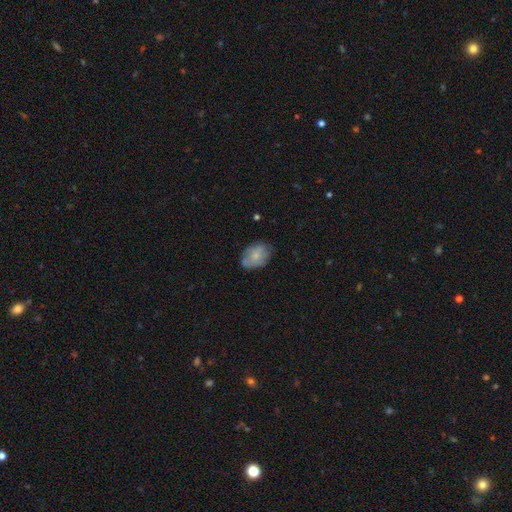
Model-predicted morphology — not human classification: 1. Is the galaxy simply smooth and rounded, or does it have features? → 73% smooth, 20% featured or disk, 7% star or artifact.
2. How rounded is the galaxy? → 80% in between, 18% round, 1% cigar-shaped.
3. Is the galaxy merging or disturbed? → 68% none, 24% minor disturbance, 6% major disturbance, 2% merger.